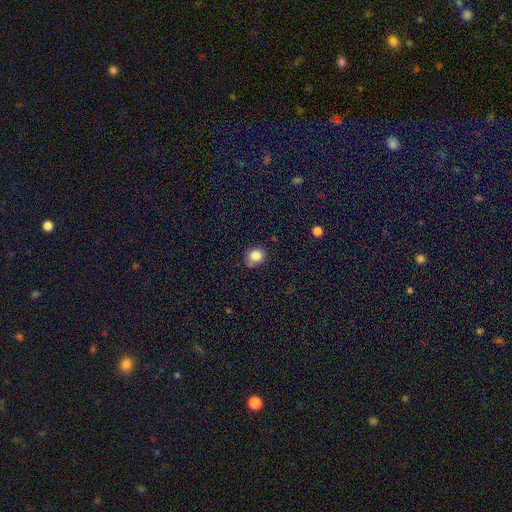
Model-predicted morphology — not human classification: Q: Smooth or featured?
A: smooth (84%); runner-up: star or artifact (11%)
Q: How rounded?
A: round (75%); runner-up: in between (24%)
Q: Merging?
A: none (68%); runner-up: minor disturbance (22%)